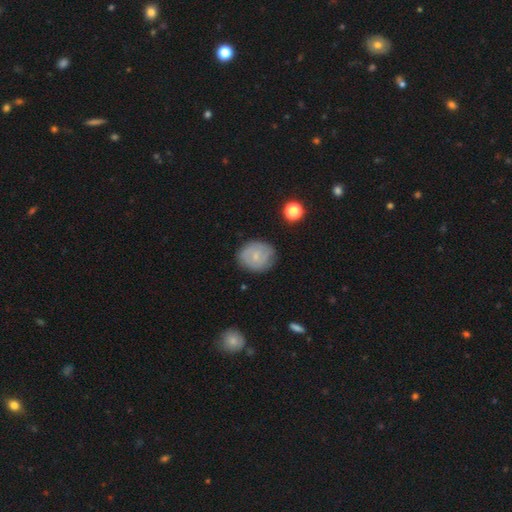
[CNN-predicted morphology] Smooth or featured?
  - smooth: 47% *
  - featured or disk: 45%
  - star or artifact: 8%
Merging?
  - none: 77% *
  - minor disturbance: 17%
  - major disturbance: 4%
  - merger: 2%